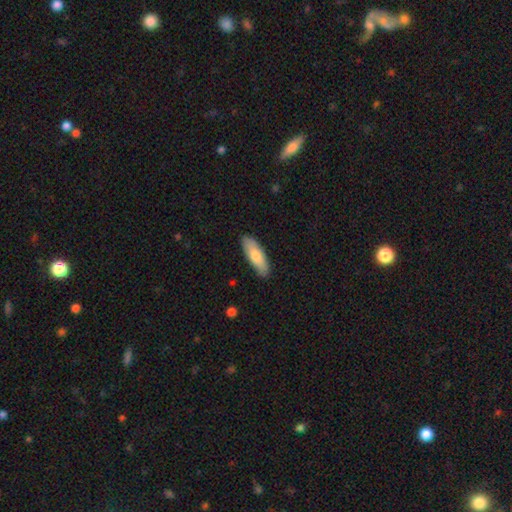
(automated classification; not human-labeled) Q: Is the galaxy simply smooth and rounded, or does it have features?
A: smooth — 74%.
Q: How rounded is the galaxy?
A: in between — 55%.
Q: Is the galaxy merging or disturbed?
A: none — 86%.